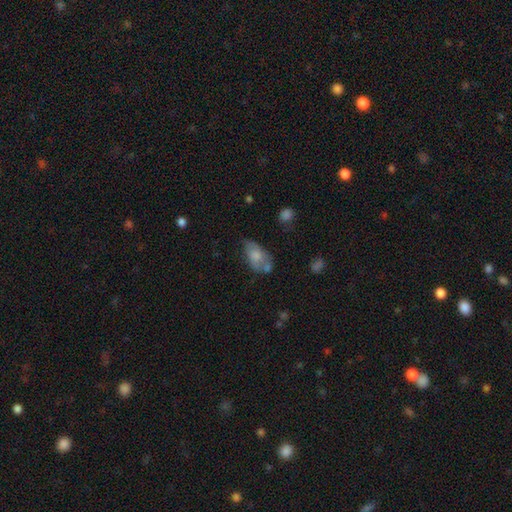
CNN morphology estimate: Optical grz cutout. It shows a smooth galaxy with no disk features (67%) that is in between round and cigar-shaped (90%). Merging: none (37%).